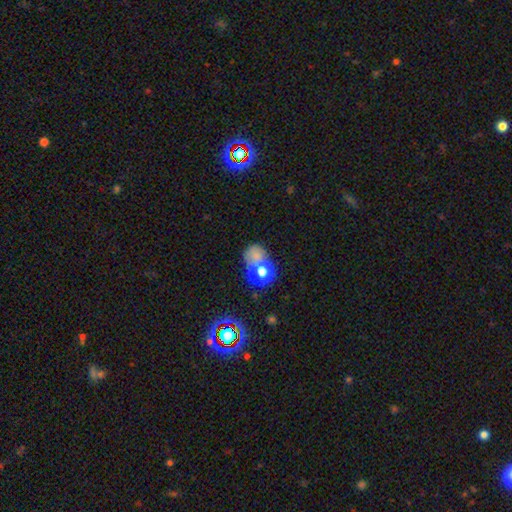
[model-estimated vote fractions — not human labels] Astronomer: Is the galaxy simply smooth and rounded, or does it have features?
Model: smooth — 63%.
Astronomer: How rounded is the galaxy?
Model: round — 67%.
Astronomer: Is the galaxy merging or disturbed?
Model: none — 38% (runner-up: merger, 36%).